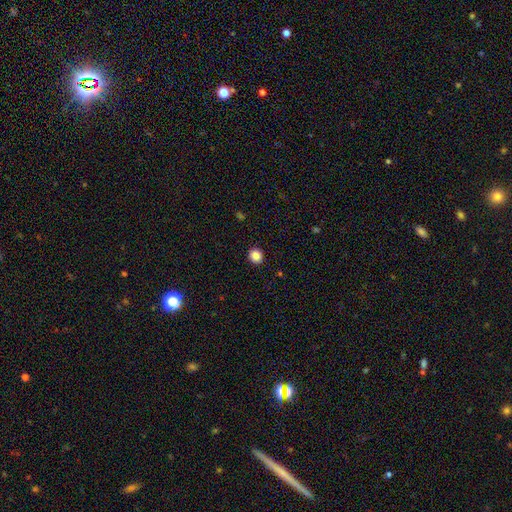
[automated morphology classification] A smooth galaxy with no disk features (87%) that is round (85%). Merging: none (92%).